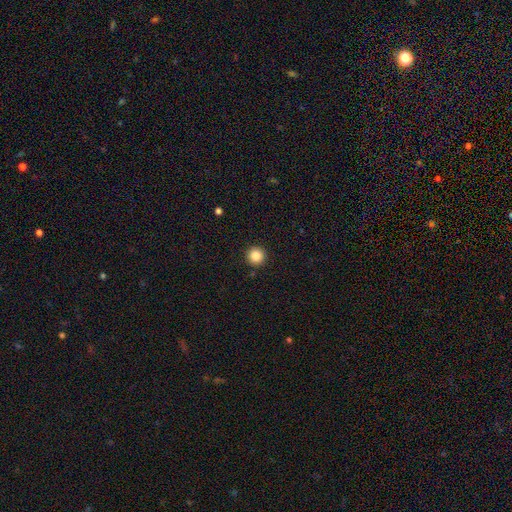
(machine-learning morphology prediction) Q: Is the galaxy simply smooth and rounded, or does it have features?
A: smooth — 85%.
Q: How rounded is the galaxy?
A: round — 96%.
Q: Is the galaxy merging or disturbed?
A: none — 93%.